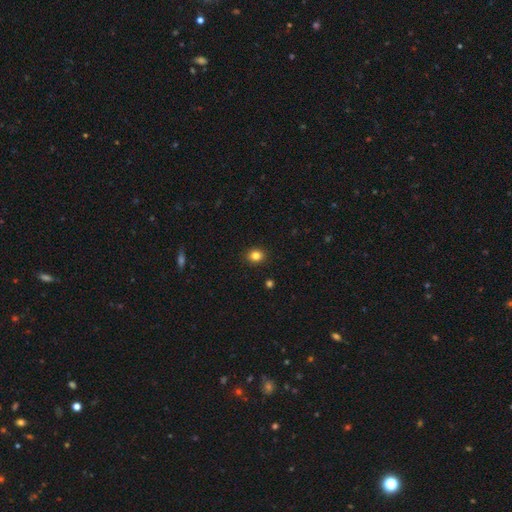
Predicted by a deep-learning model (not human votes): A smooth galaxy with no disk features (83%) that is round (67%). Merging: none (91%).